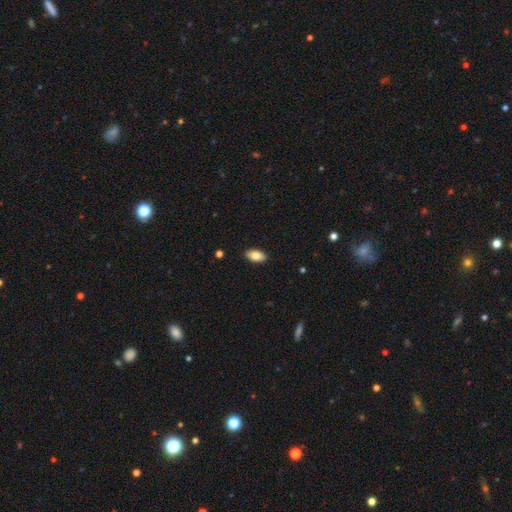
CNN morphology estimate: The model was most divided on "smooth or featured": smooth: 84%, featured or disk: 9%, star or artifact: 7%. More confident: how rounded — in between (94%); merging — none (90%).